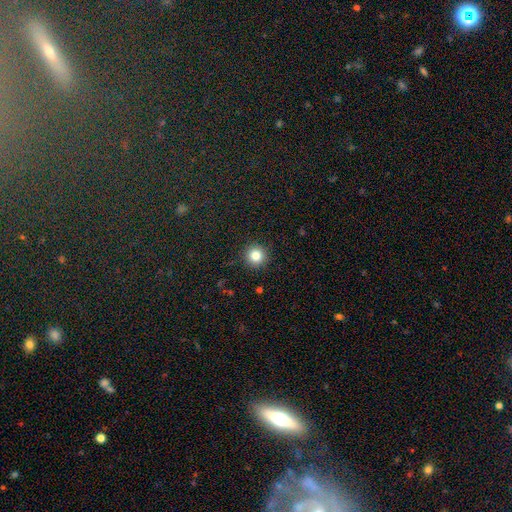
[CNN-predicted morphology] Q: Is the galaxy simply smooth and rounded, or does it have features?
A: smooth — 82%.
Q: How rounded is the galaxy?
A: round — 96%.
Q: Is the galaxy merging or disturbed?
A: none — 92%.